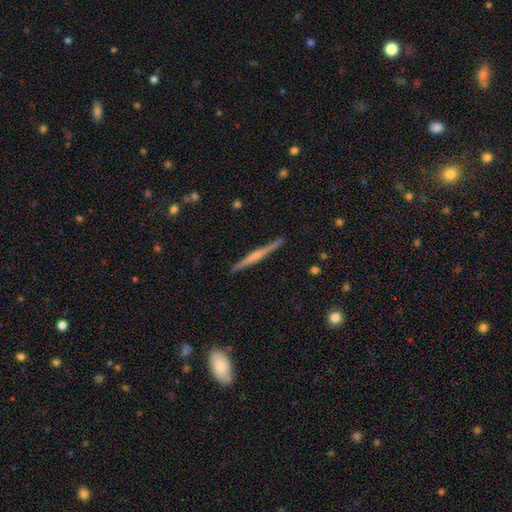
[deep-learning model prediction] Smooth or featured?
  - featured or disk: 69% *
  - smooth: 26%
  - star or artifact: 6%
Edge-on disk?
  - yes: 98% *
  - no: 2%
Edge-on bulge?
  - rounded: 54% *
  - none: 31%
  - boxy: 15%
Merging?
  - none: 91% *
  - minor disturbance: 6%
  - major disturbance: 1%
  - merger: 1%